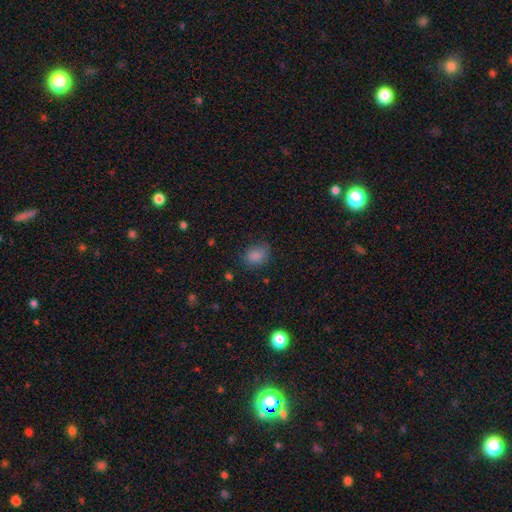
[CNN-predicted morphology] Smooth or featured: smooth — 83% (star or artifact — 11%)
How rounded: in between — 65% (round — 33%)
Merging: none — 69% (minor disturbance — 23%)